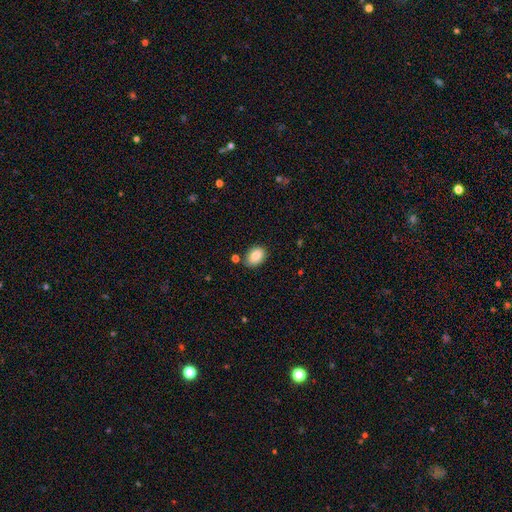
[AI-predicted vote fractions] Smooth or featured? smooth (88%)
How rounded? in between (81%)
Merging? none (78%)